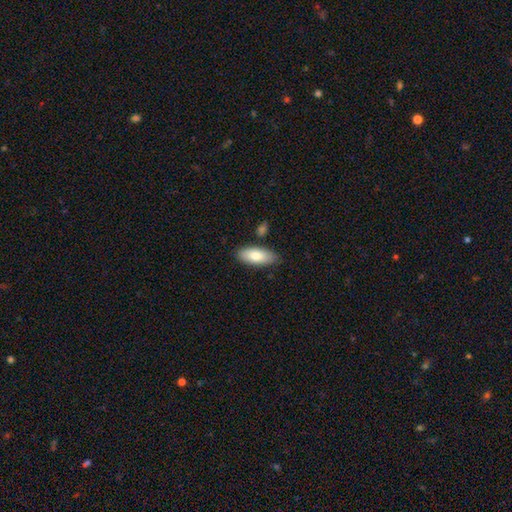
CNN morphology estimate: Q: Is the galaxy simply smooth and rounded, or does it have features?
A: smooth — 79%.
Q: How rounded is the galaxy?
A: in between — 85%.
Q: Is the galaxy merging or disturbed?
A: none — 82%.